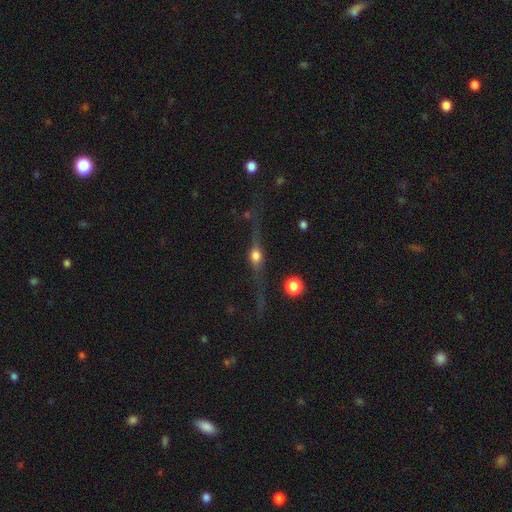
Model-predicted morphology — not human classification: smooth_or_featured: featured or disk (p=0.69) [alt: smooth p=0.20]
disk_edge_on: yes (p=0.89) [alt: no p=0.11]
edge_on_bulge: rounded (p=0.94) [alt: boxy p=0.03]
merging: none (p=0.69) [alt: minor disturbance p=0.15]